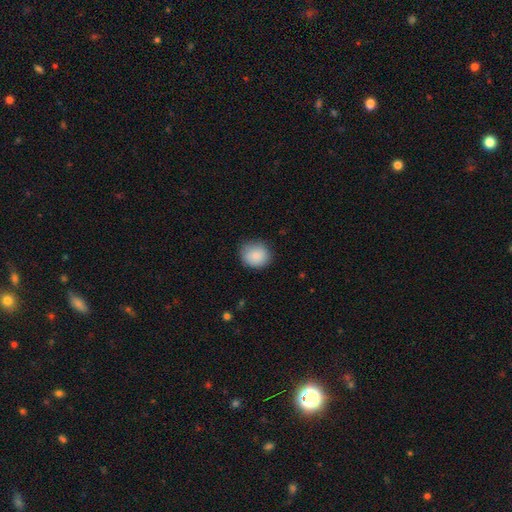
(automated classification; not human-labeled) Morphology: type=smooth (87%); roundness=round (80%); merging=none (84%).